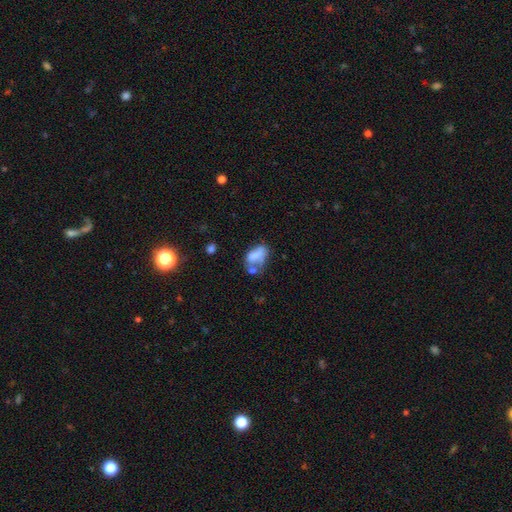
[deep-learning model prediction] Smooth or featured? Predicted: smooth (p=0.62). How rounded? Predicted: in between (p=0.87). Merging? Predicted: merger (p=0.38).